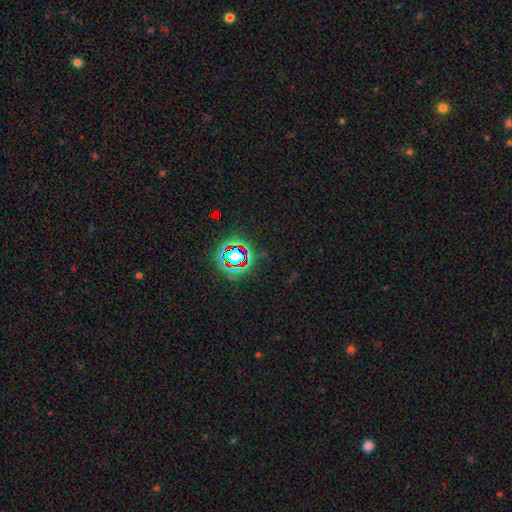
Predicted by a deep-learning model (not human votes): This appears to be a star or artifact, not a galaxy (78%).